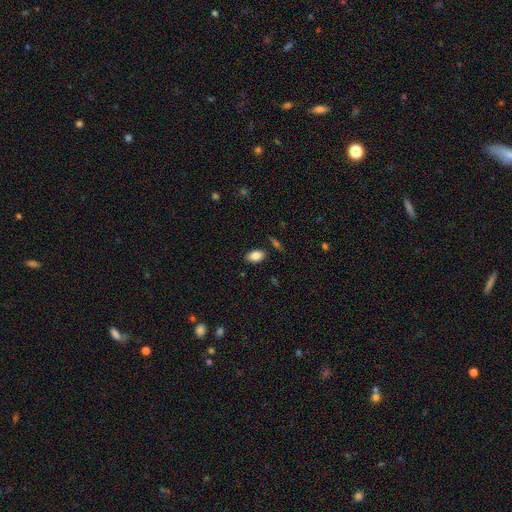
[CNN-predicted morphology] Q: Smooth or featured?
A: smooth (85%); runner-up: star or artifact (8%)
Q: How rounded?
A: in between (90%); runner-up: round (8%)
Q: Merging?
A: none (84%); runner-up: minor disturbance (10%)